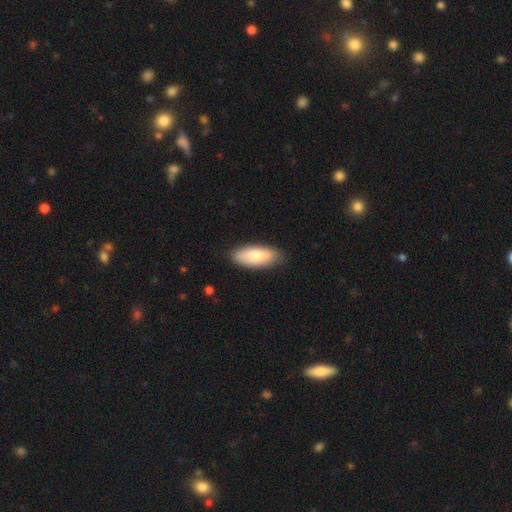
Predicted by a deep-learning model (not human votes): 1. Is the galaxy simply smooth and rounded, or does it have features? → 82% smooth, 13% featured or disk, 5% star or artifact.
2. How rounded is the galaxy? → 84% in between, 14% cigar-shaped, 2% round.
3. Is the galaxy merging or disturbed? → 85% none, 12% minor disturbance, 2% major disturbance, 1% merger.